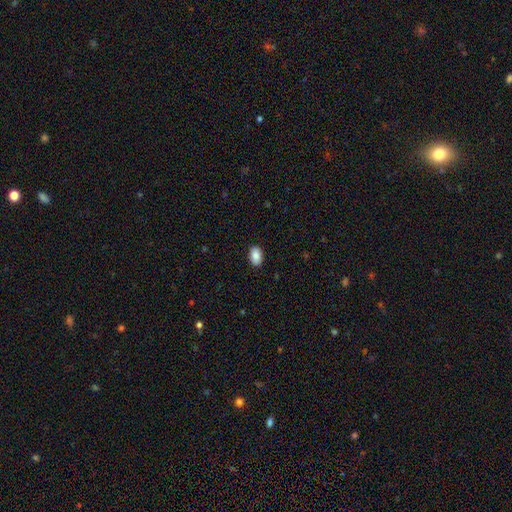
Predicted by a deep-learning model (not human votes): A smooth galaxy with no disk features (87%) that is in between round and cigar-shaped (88%).

Vote fractions:
- Smooth or featured? smooth: 87% / star or artifact: 8% / featured or disk: 5%
- How rounded? in between: 88% / round: 10% / cigar-shaped: 1%
- Merging? none: 89% / minor disturbance: 8% / major disturbance: 2% / merger: 1%